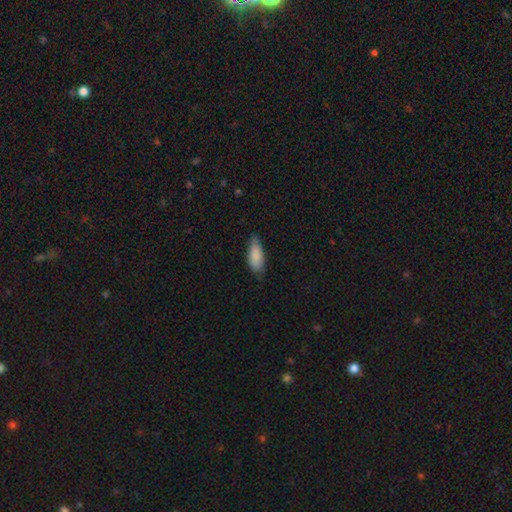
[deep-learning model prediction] This appears to be a smooth galaxy with no disk features (87%) that is in between round and cigar-shaped (77%). Merging: none (70%).